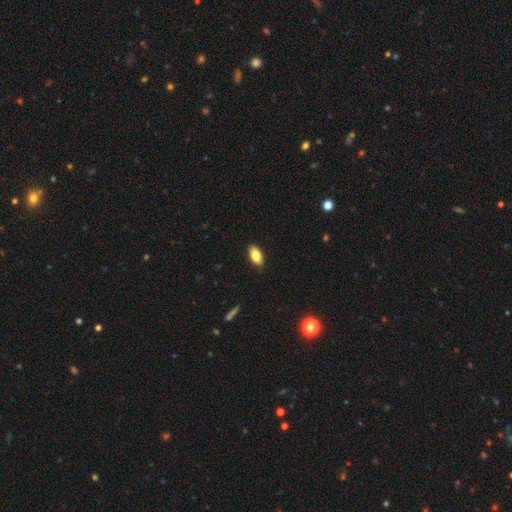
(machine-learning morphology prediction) smooth_or_featured: smooth (p=0.83) [alt: featured or disk p=0.10]
how_rounded: in between (p=0.92) [alt: cigar-shaped p=0.04]
merging: none (p=0.88) [alt: minor disturbance p=0.09]